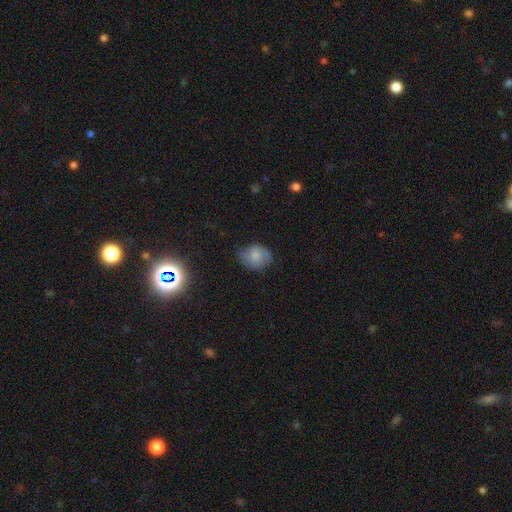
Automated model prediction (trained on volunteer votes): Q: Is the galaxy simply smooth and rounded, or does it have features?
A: smooth — 60%.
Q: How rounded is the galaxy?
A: round — 50%.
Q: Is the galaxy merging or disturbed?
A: none — 54%.